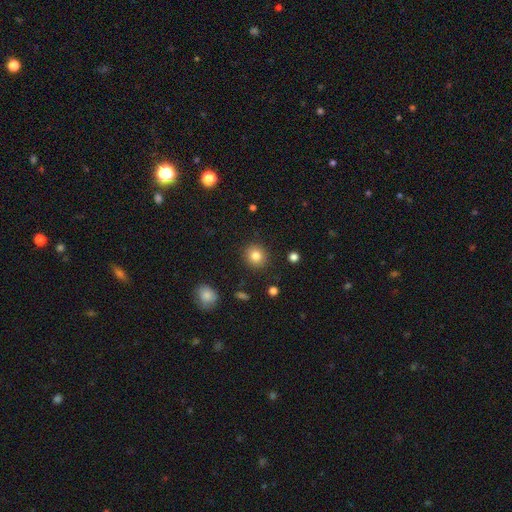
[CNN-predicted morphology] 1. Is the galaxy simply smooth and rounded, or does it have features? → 83% smooth, 10% star or artifact, 7% featured or disk.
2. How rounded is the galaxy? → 88% round, 11% in between, 1% cigar-shaped.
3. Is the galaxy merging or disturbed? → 90% none, 6% minor disturbance, 2% major disturbance, 1% merger.